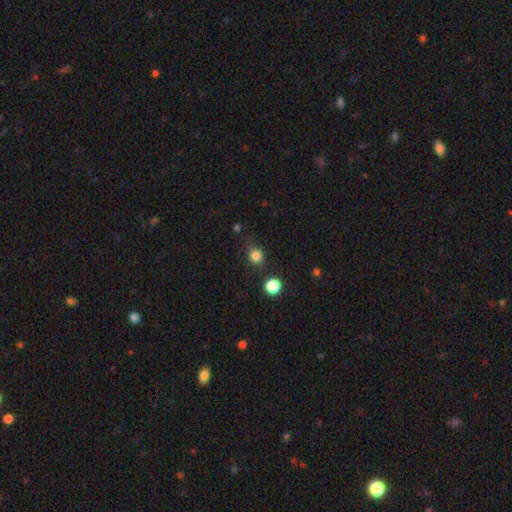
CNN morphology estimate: Smooth or featured?
  - smooth: 82% *
  - star or artifact: 13%
  - featured or disk: 4%
How rounded?
  - round: 84% *
  - in between: 15%
  - cigar-shaped: 1%
Merging?
  - none: 78% *
  - minor disturbance: 14%
  - major disturbance: 4%
  - merger: 4%